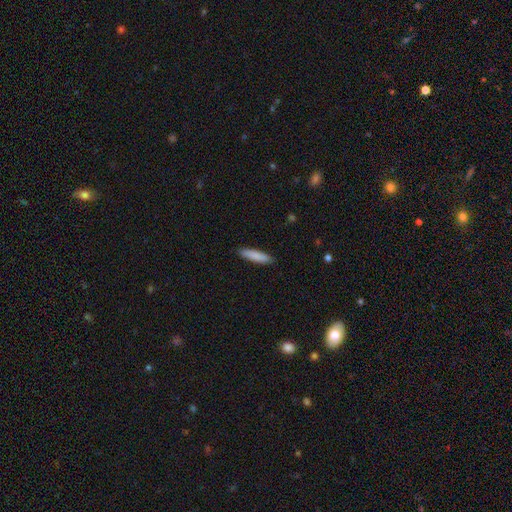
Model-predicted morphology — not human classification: This appears to be a smooth galaxy with no disk features (86%) that is cigar-shaped (81%). Merging: none (90%).